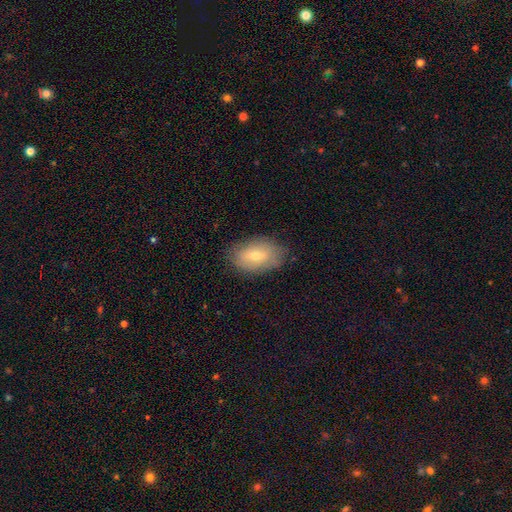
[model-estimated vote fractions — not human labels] Q: Smooth or featured?
A: smooth (61%); runner-up: featured or disk (31%)
Q: How rounded?
A: in between (89%); runner-up: round (9%)
Q: Merging?
A: none (81%); runner-up: minor disturbance (14%)